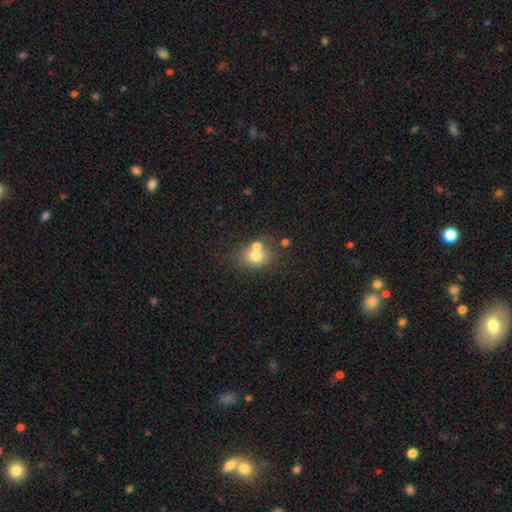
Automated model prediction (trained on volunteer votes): Smooth or featured: smooth — 71% (featured or disk — 16%)
How rounded: round — 51% (in between — 48%)
Merging: none — 50% (merger — 33%)